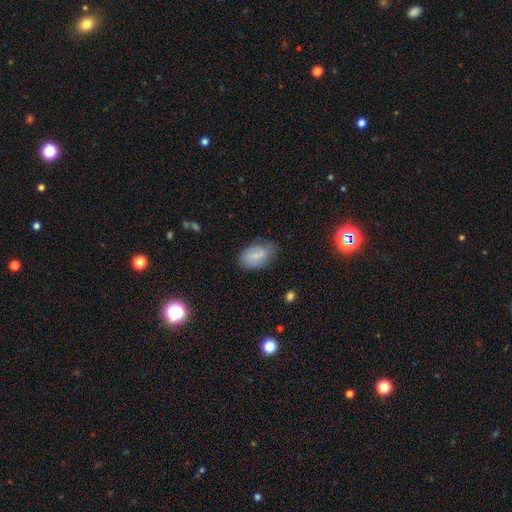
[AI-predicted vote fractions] Smooth or featured? Predicted: smooth (p=0.61). How rounded? Predicted: in between (p=0.90). Merging? Predicted: none (p=0.65).